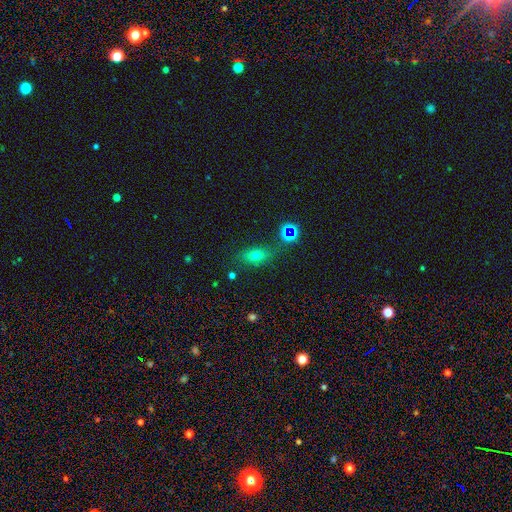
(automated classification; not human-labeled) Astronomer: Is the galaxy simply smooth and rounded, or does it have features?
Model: smooth — 66%.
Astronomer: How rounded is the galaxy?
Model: in between — 72%.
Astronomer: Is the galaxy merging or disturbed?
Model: none — 73%.